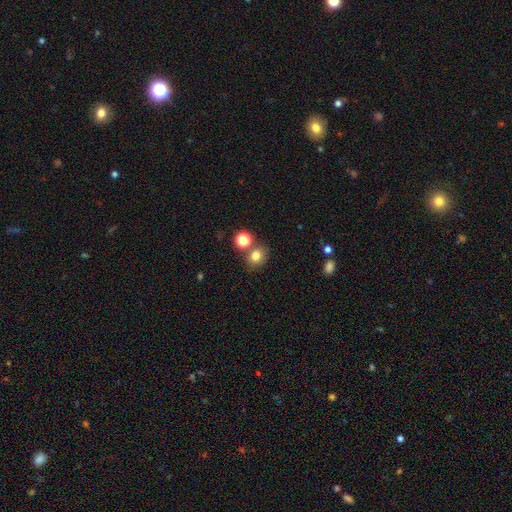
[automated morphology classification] The model was most divided on "how rounded": round: 73%, in between: 26%, cigar-shaped: 1%. More confident: smooth or featured — smooth (80%); merging — none (69%).